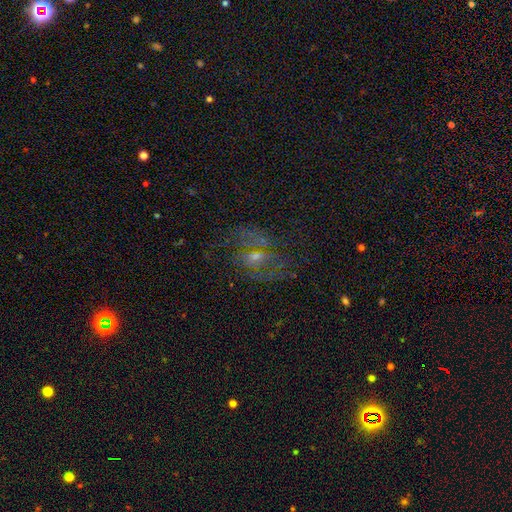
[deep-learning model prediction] smooth-or-featured: featured or disk: 60% | smooth: 23% | star or artifact: 17%
  disk-edge-on: no: 94% | yes: 6%
    bar: weak: 44% | no: 42% | strong: 14%
    has-spiral-arms: yes: 56% | no: 44%
    bulge-size: moderate: 43% (tied) | small: 43% (tied) | none: 9% | large: 4% | dominant: 2%
  merging: none: 56% | major disturbance: 21% | minor disturbance: 19% | merger: 4%